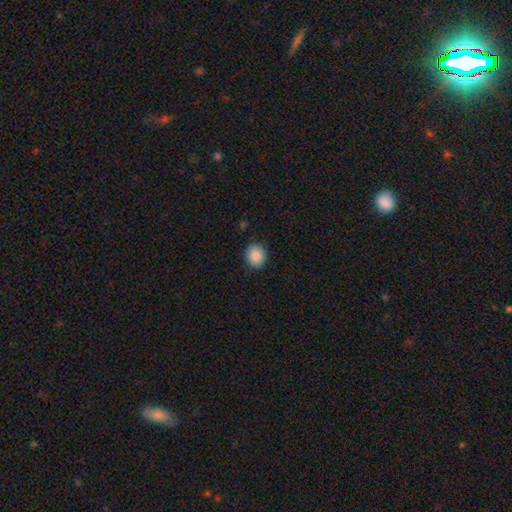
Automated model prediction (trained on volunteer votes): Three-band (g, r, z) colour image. It shows a smooth galaxy with no disk features (88%) that is round (85%). Merging: none (90%).